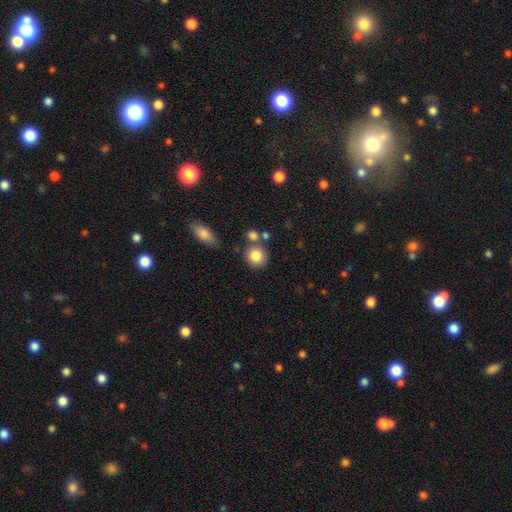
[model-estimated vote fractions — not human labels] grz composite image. It shows a smooth galaxy with no disk features (83%) that is round (87%). Merging: none (72%).